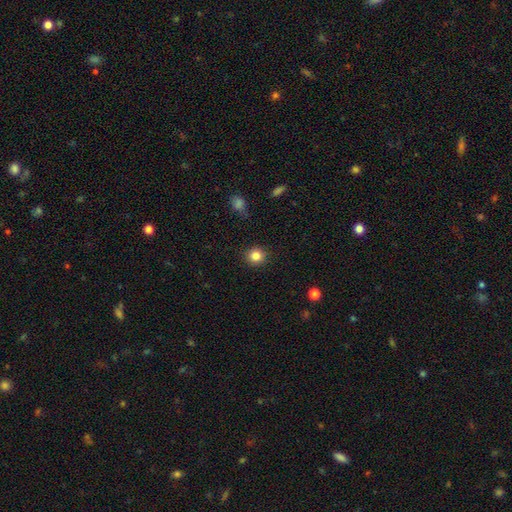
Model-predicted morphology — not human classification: Smooth or featured: smooth — 84% (star or artifact — 11%)
How rounded: round — 90% (in between — 9%)
Merging: none — 90% (minor disturbance — 7%)